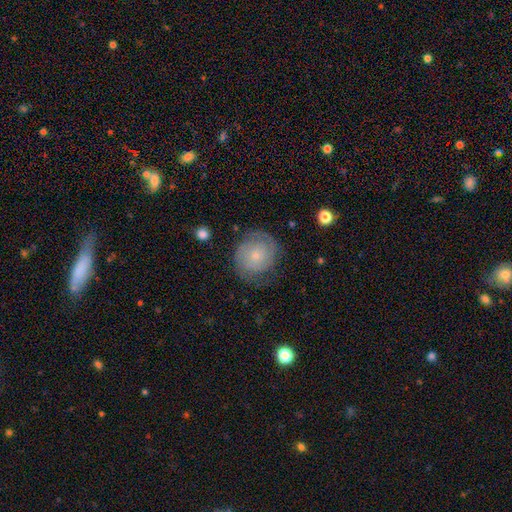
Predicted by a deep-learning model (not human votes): featured or disk 58%, smooth 35%, star or artifact 7%. Down the decision tree: edge-on disk — no (98%); bar — no (79%); spiral arms — yes (84%); bulge size — small (68%); merging — none (69%).